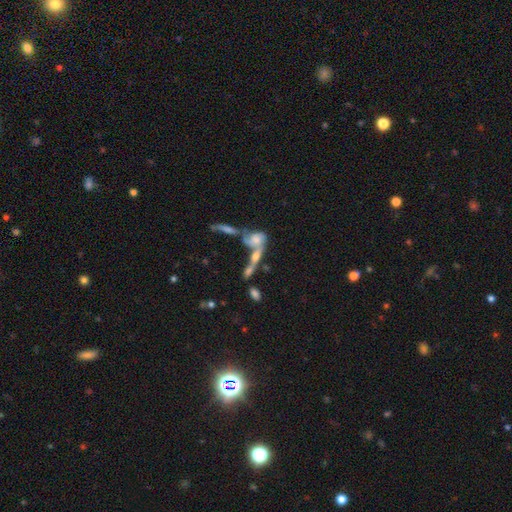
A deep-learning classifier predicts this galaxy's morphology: Smooth or featured? Predicted: featured or disk (p=0.50). Merging? Predicted: merger (p=0.59).